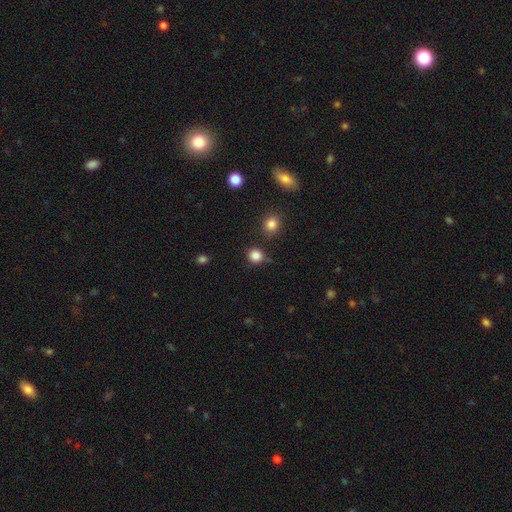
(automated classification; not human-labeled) This appears to be a smooth galaxy with no disk features (84%) that is round (88%). Merging: none (79%).